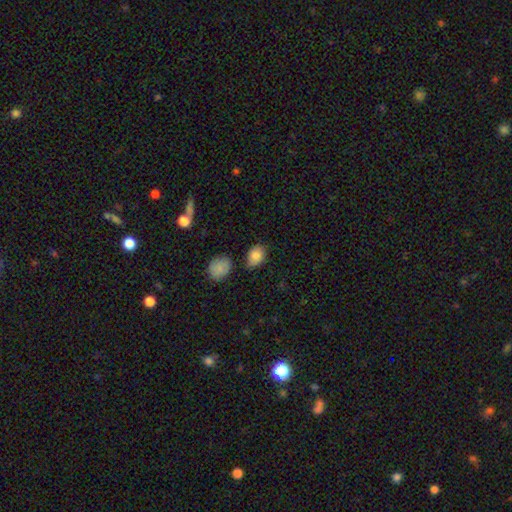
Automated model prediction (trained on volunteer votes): smooth-or-featured: smooth: 85% | star or artifact: 9% | featured or disk: 6%
  how-rounded: in between: 71% | round: 28% | cigar-shaped: 1%
  merging: none: 62% | minor disturbance: 26% | merger: 6% | major disturbance: 5%